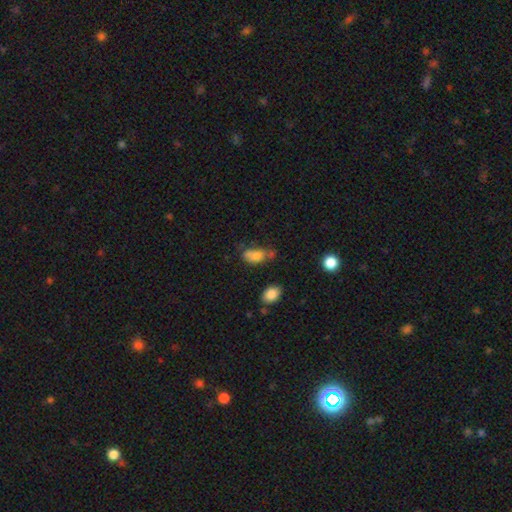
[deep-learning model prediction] smooth 77%, featured or disk 12%, star or artifact 11%. Down the decision tree: how rounded — in between (88%); merging — none (38%).